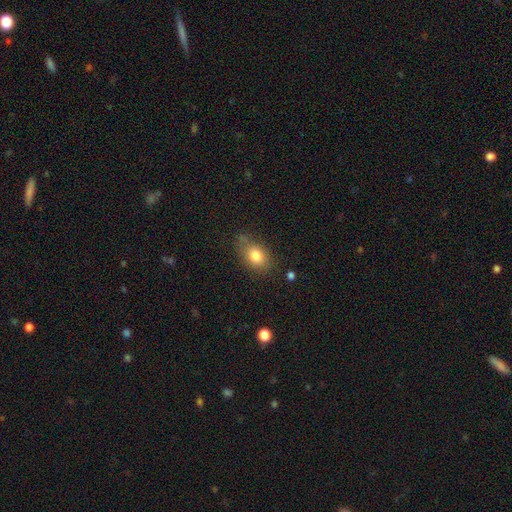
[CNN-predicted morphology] type=smooth (81%); roundness=in between (75%); merging=none (62%).